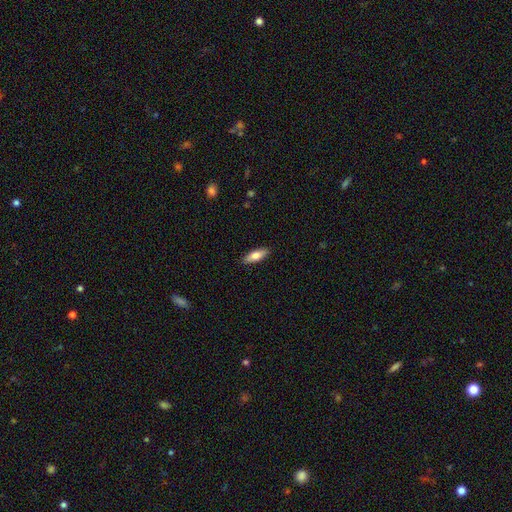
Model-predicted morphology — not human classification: This appears to be a smooth galaxy with no disk features (73%) that is in between round and cigar-shaped (54%). Merging: none (89%).